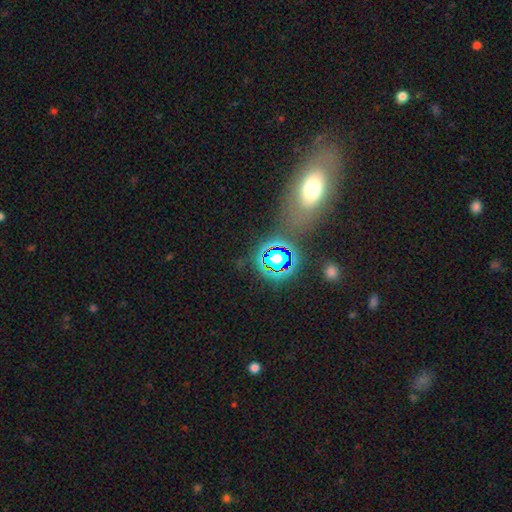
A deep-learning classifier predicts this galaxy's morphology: The model was most divided on "smooth or featured": star or artifact: 48%, smooth: 32%, featured or disk: 20%.